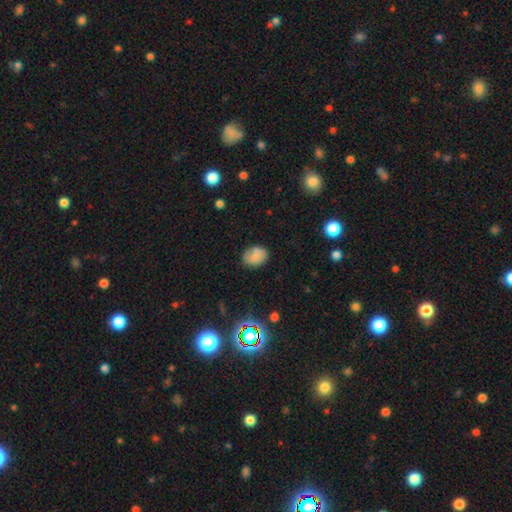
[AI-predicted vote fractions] Smooth or featured? Predicted: smooth (p=0.76). How rounded? Predicted: in between (p=0.56). Merging? Predicted: none (p=0.75).